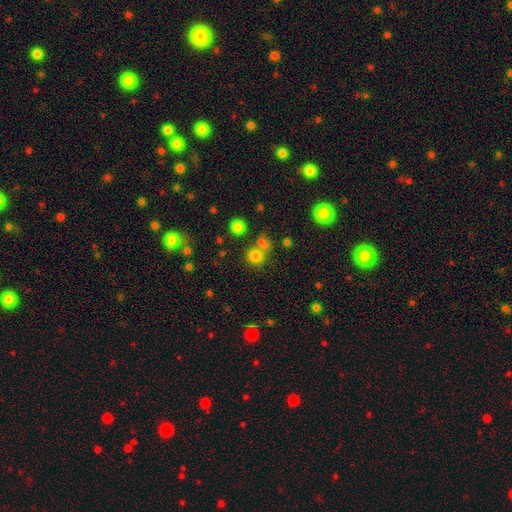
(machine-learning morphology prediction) smooth-or-featured: smooth: 76% | star or artifact: 17% | featured or disk: 7%
  how-rounded: round: 89% | in between: 10% | cigar-shaped: 1%
  merging: none: 64% | merger: 24% | minor disturbance: 8% | major disturbance: 4%